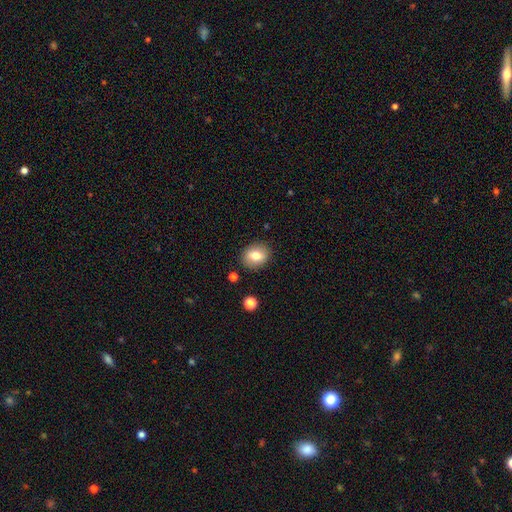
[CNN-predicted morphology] Overall: smooth (76%). How rounded: round (56%; in between 42%). Merging: none (87%).